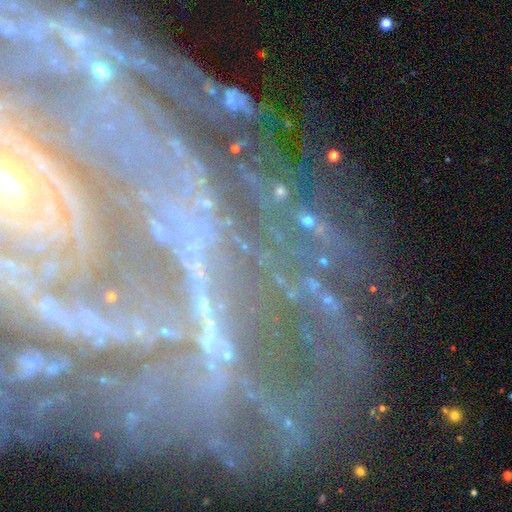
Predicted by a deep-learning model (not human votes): Morphology: type=featured or disk (70%); edge-on=no (94%); bar=no (40%); spiral arms=yes (87%); winding=tight (63%); arm count=can't tell (30%); bulge=small (57%); merging=none (59%).